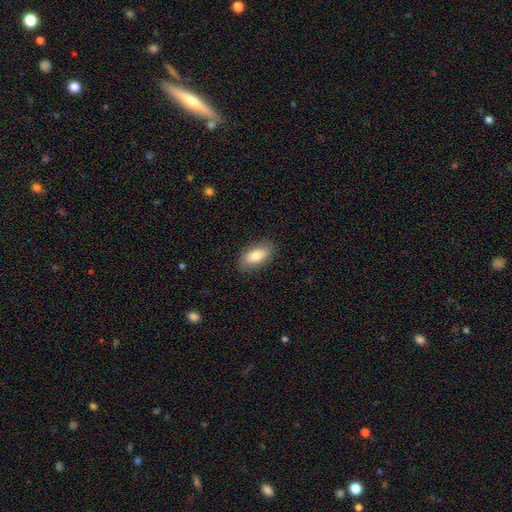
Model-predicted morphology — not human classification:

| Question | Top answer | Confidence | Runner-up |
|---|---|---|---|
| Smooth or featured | smooth | 81% | featured or disk (12%) |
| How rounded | in between | 89% | cigar-shaped (7%) |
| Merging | none | 86% | minor disturbance (10%) |